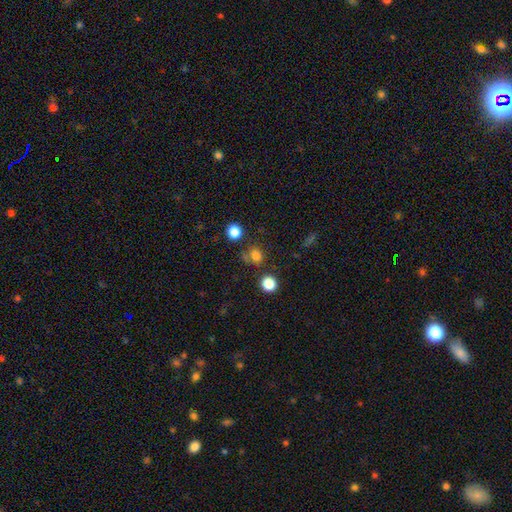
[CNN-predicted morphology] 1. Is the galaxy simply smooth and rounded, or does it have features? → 77% smooth, 18% star or artifact, 5% featured or disk.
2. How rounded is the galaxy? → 81% round, 18% in between, 1% cigar-shaped.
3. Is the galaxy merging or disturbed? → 72% none, 11% minor disturbance, 11% merger, 5% major disturbance.